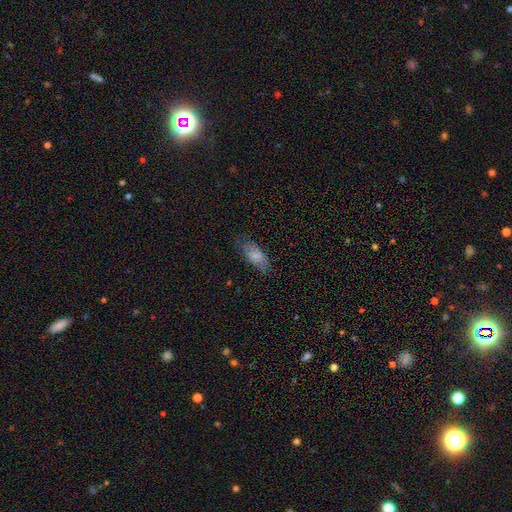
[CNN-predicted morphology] Smooth or featured?
  - smooth: 77% *
  - featured or disk: 16%
  - star or artifact: 7%
How rounded?
  - in between: 83% *
  - cigar-shaped: 15%
  - round: 2%
Merging?
  - none: 68% *
  - minor disturbance: 23%
  - major disturbance: 8%
  - merger: 1%